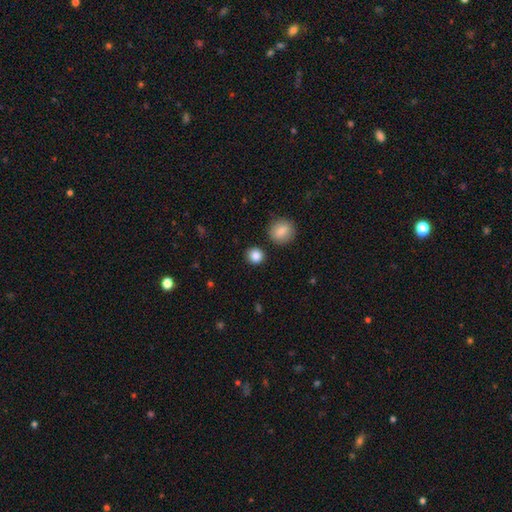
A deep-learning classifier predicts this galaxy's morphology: Smooth or featured?
  - smooth: 86% *
  - star or artifact: 10%
  - featured or disk: 4%
How rounded?
  - round: 88% *
  - in between: 11%
  - cigar-shaped: 1%
Merging?
  - none: 87% *
  - minor disturbance: 6%
  - merger: 4%
  - major disturbance: 2%